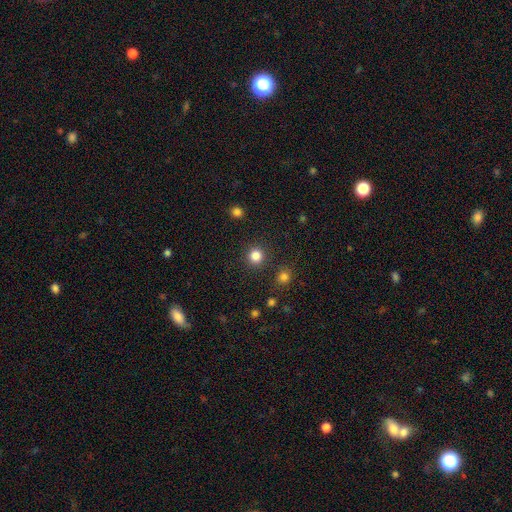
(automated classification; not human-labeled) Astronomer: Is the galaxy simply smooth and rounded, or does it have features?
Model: smooth — 84%.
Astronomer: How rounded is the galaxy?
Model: round — 94%.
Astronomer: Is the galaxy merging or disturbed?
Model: none — 90%.